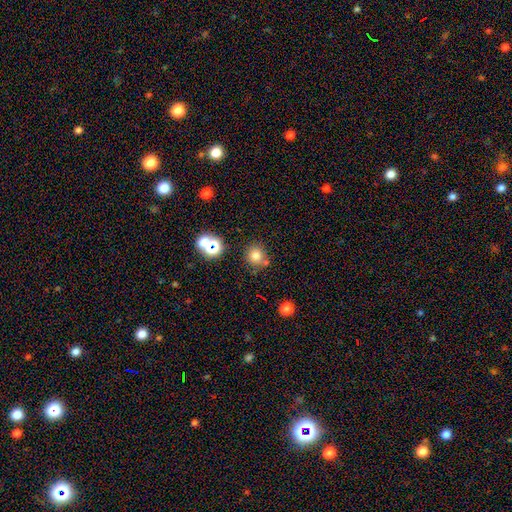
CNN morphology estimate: Smooth or featured: smooth — 76% (star or artifact — 16%)
How rounded: round — 90% (in between — 9%)
Merging: none — 74% (merger — 12%)